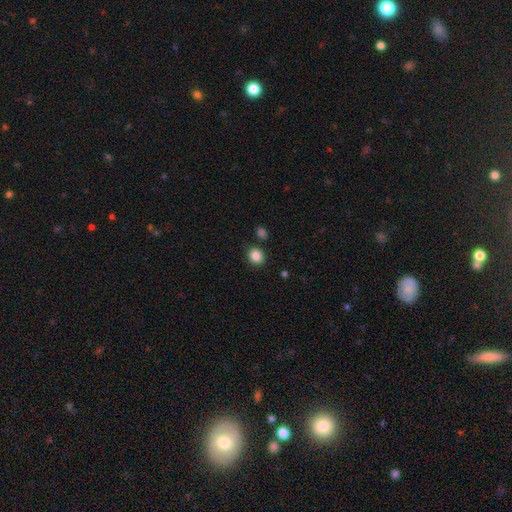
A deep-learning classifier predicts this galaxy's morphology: Smooth or featured?
  - smooth: 86% *
  - star or artifact: 10%
  - featured or disk: 4%
How rounded?
  - round: 74% *
  - in between: 25%
  - cigar-shaped: 1%
Merging?
  - none: 84% *
  - minor disturbance: 9%
  - merger: 4%
  - major disturbance: 3%